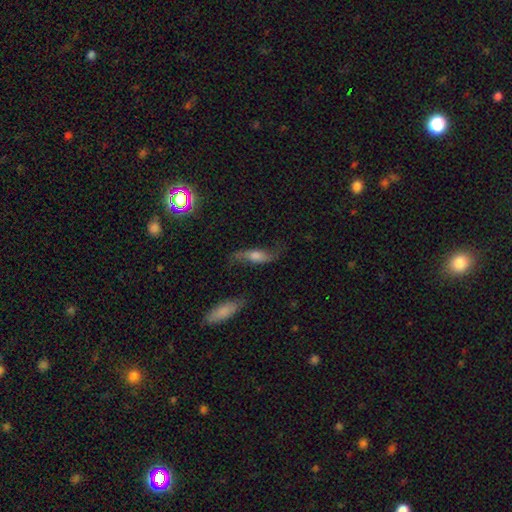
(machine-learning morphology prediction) The model was most divided on "smooth or featured": featured or disk: 57%, smooth: 33%, star or artifact: 10%. More confident: edge-on disk — no (70%); merging — none (63%).